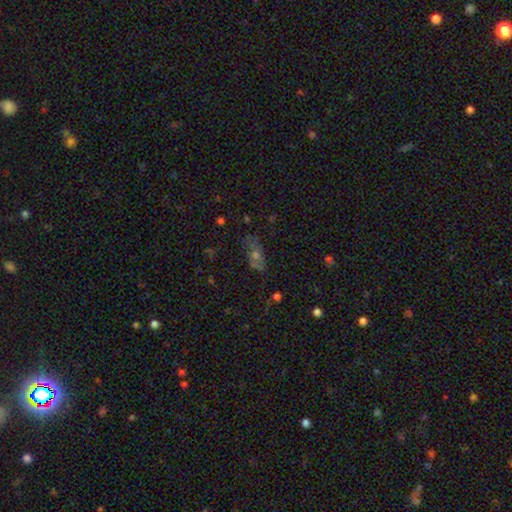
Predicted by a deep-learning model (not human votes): The model was most divided on "smooth or featured": smooth: 44%, featured or disk: 32%, star or artifact: 25%. More confident: merging — none (68%).